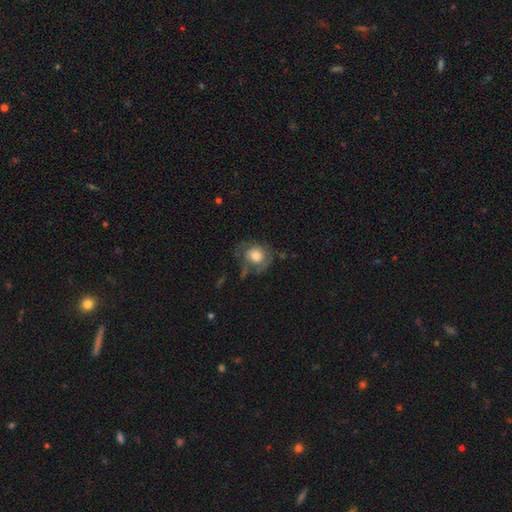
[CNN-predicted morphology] Q: Smooth or featured?
A: smooth (55%); runner-up: featured or disk (37%)
Q: How rounded?
A: round (77%); runner-up: in between (22%)
Q: Merging?
A: none (48%); runner-up: minor disturbance (26%)